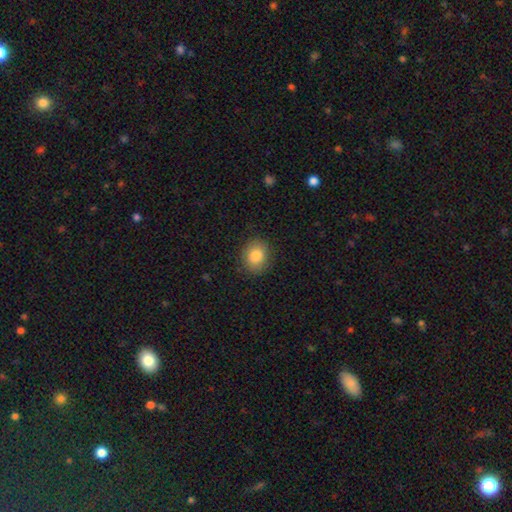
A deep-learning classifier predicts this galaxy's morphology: A smooth galaxy with no disk features (85%) that is round (63%). Merging: none (86%).